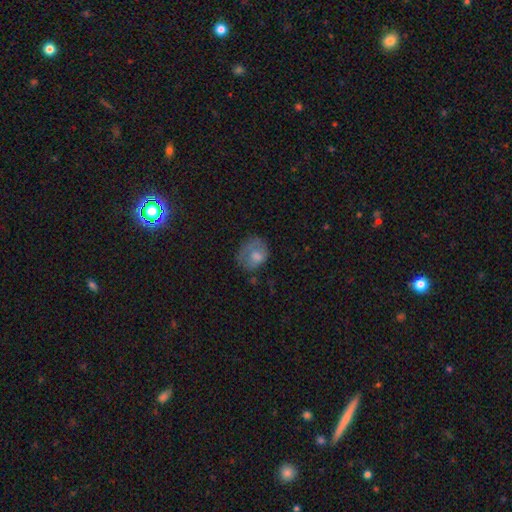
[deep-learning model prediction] This appears to be a smooth galaxy with no disk features (65%) that is round (54%). Merging: none (41%).